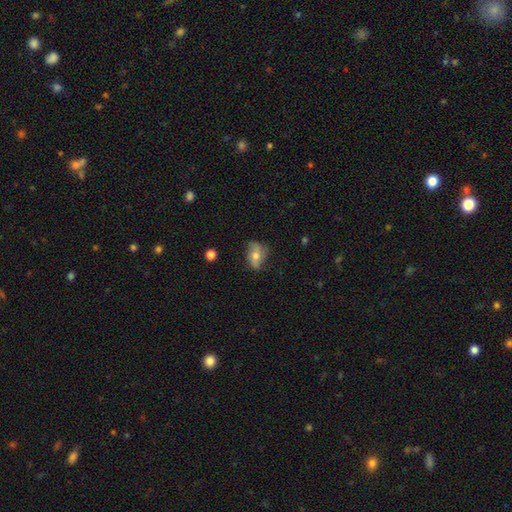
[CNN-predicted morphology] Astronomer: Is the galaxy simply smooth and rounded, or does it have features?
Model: smooth — 49% (runner-up: featured or disk, 42%).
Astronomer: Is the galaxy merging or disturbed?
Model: none — 63%.